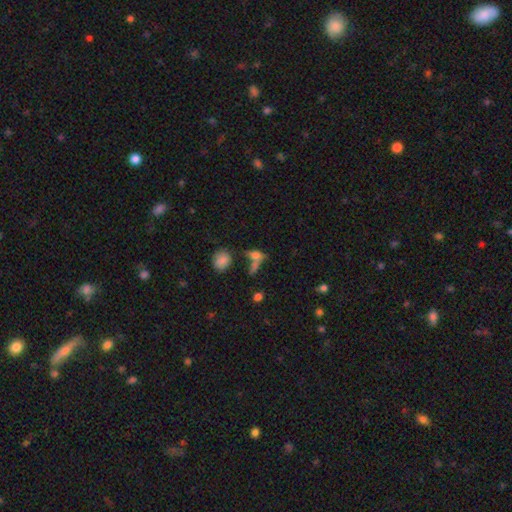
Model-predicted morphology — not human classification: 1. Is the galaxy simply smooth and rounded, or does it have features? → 62% smooth, 24% featured or disk, 14% star or artifact.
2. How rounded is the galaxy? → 59% in between, 27% cigar-shaped, 14% round.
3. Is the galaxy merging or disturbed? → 45% none, 33% merger, 13% minor disturbance, 9% major disturbance.